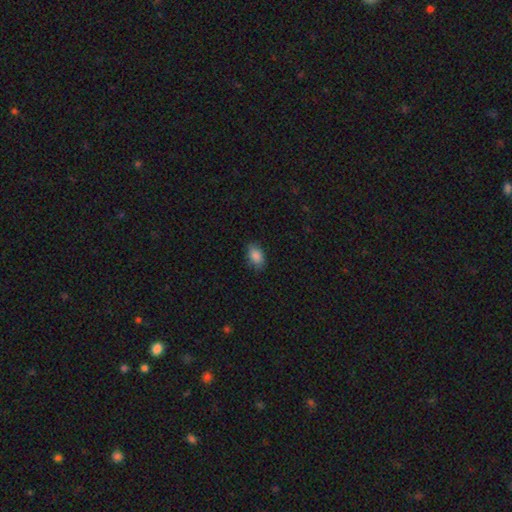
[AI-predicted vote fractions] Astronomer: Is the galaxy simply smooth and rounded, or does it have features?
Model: smooth — 87%.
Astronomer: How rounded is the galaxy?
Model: in between — 87%.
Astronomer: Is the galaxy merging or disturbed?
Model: none — 82%.